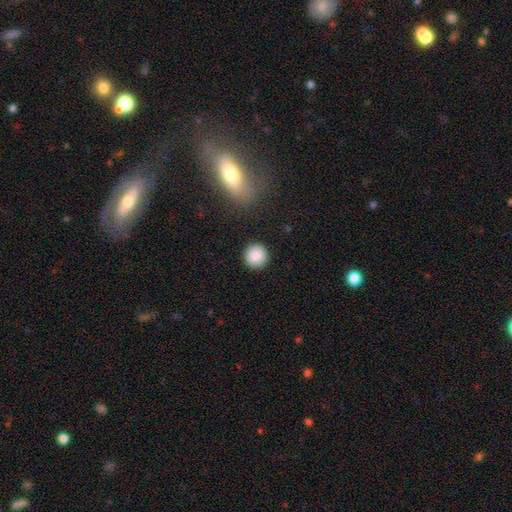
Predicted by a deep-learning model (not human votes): This appears to be a smooth galaxy with no disk features (88%) that is round (94%). Merging: none (91%).